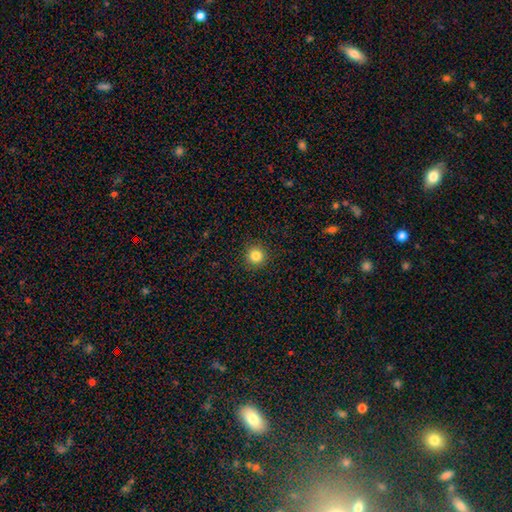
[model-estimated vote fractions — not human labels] A smooth galaxy with no disk features (84%) that is round (95%).

Vote fractions:
- Smooth or featured? smooth: 84% / star or artifact: 11% / featured or disk: 5%
- How rounded? round: 95% / in between: 4% / cigar-shaped: 1%
- Merging? none: 92% / minor disturbance: 5% / major disturbance: 2% / merger: 1%